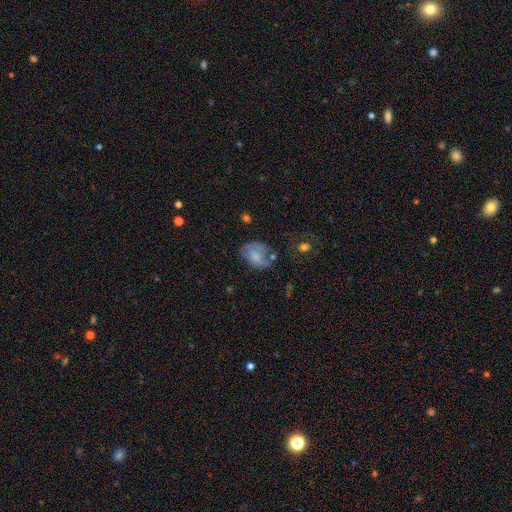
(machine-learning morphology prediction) Smooth or featured? Predicted: smooth (p=0.55). How rounded? Predicted: in between (p=0.78). Merging? Predicted: none (p=0.43).